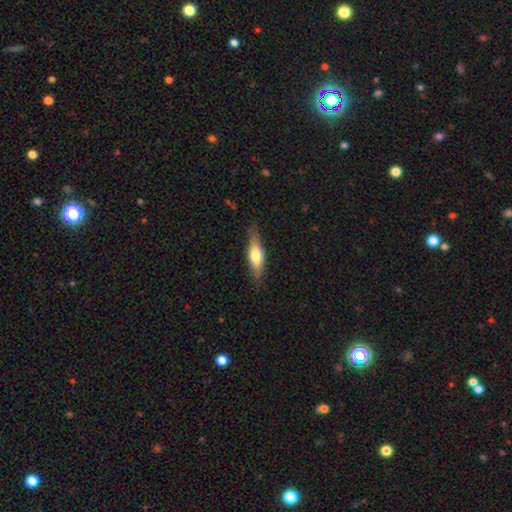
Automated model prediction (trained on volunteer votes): smooth_or_featured: smooth (p=0.53) [alt: featured or disk p=0.41]
how_rounded: cigar-shaped (p=0.56) [alt: in between p=0.41]
merging: none (p=0.83) [alt: minor disturbance p=0.13]